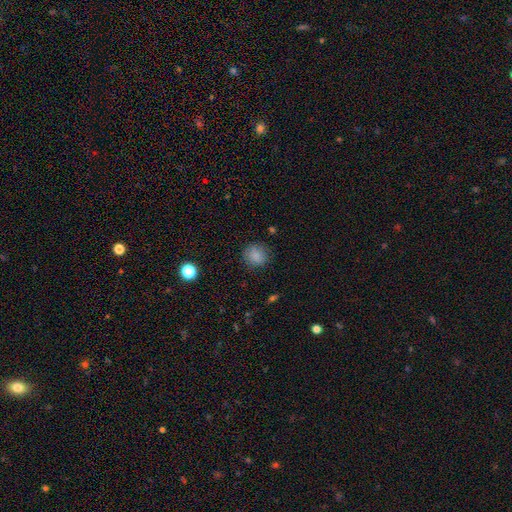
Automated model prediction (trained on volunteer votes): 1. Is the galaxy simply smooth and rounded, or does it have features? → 83% smooth, 11% star or artifact, 6% featured or disk.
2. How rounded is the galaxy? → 85% round, 14% in between, 1% cigar-shaped.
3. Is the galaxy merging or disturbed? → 82% none, 13% minor disturbance, 4% major disturbance, 1% merger.